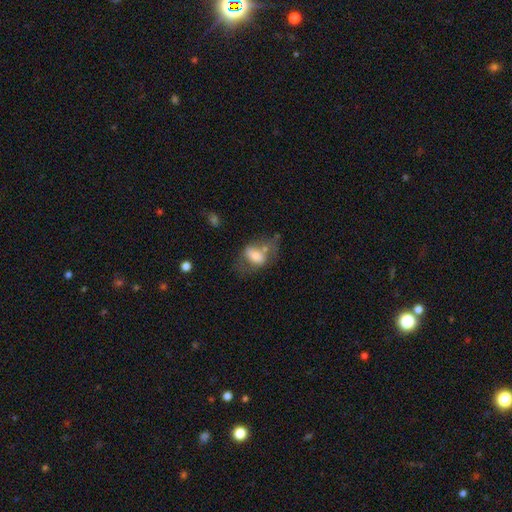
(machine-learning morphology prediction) Smooth or featured?
  - smooth: 60% *
  - featured or disk: 32%
  - star or artifact: 8%
How rounded?
  - in between: 79% *
  - round: 19%
  - cigar-shaped: 2%
Merging?
  - none: 32% *
  - major disturbance: 25%
  - minor disturbance: 22%
  - merger: 21%